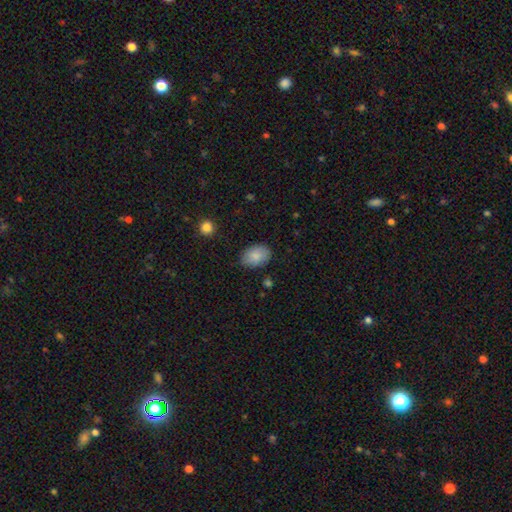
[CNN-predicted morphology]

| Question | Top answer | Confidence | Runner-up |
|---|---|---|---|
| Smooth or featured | smooth | 87% | star or artifact (7%) |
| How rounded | in between | 81% | round (18%) |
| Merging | none | 80% | minor disturbance (15%) |